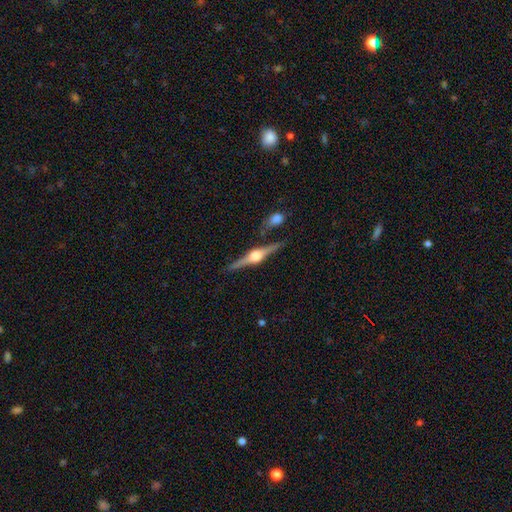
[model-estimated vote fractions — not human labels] This is clearly a featured or disk galaxy (86%). It is clearly viewed edge-on (98%). Edge-on bulge: clearly rounded (94%). Merging: clearly none (84%).